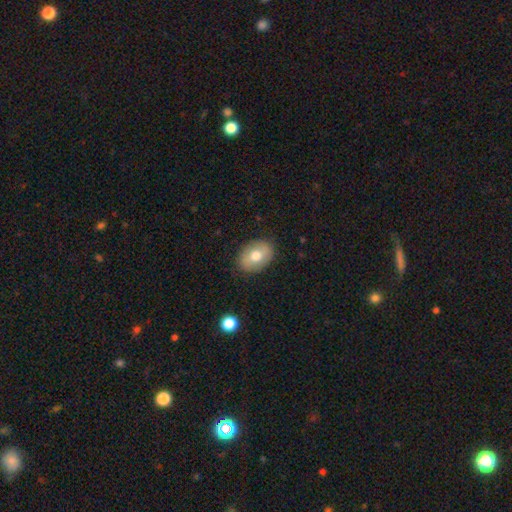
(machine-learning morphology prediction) The model was most divided on "smooth or featured": smooth: 69%, featured or disk: 24%, star or artifact: 7%. More confident: merging — none (86%); how rounded — in between (74%).